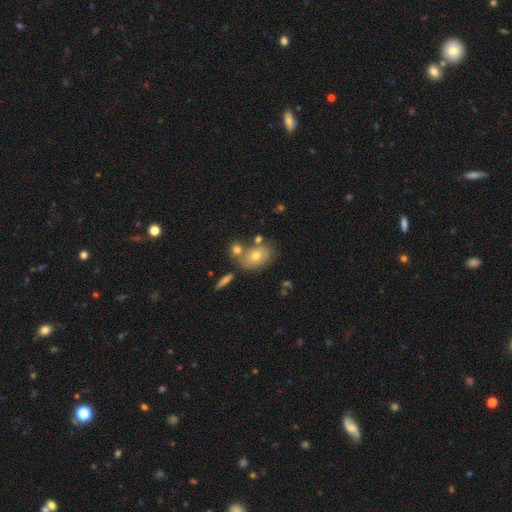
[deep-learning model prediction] Morphology: type=smooth (62%); roundness=in between (74%); merging=none (57%).